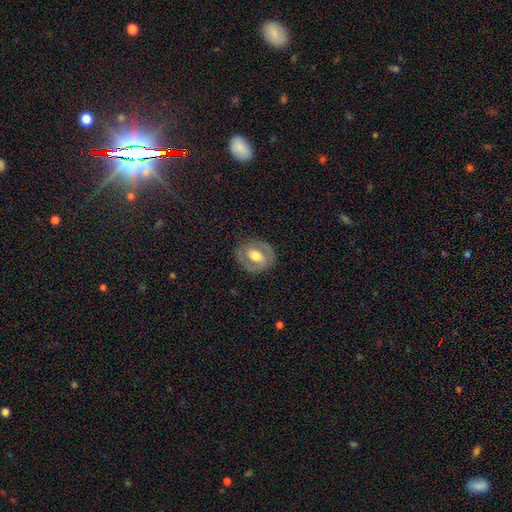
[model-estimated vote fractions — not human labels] A featured or disk galaxy (57%) with no bar (39%), no spiral arms (60%) and a moderate central bulge (60%).

Vote fractions:
- Smooth or featured? featured or disk: 57% / smooth: 36% / star or artifact: 6%
- Edge-on disk? no: 94% / yes: 6%
- Bar? no: 39% / weak: 38% / strong: 24%
- Spiral arms? no: 60% / yes: 40%
- Bulge size? moderate: 60% / large: 29% / small: 8% / dominant: 2% / none: 1%
- Merging? none: 81% / minor disturbance: 13% / major disturbance: 6% / merger: 1%